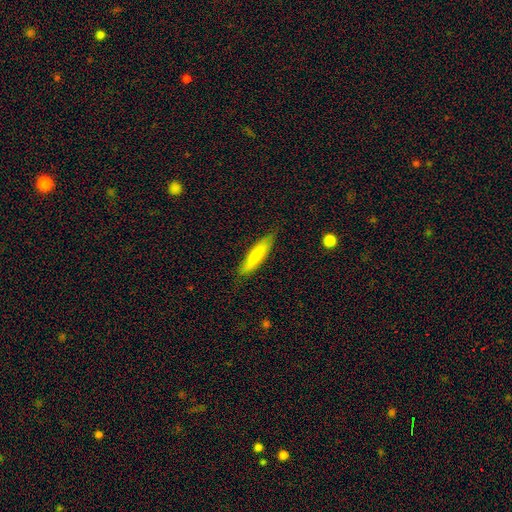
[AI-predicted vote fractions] This is likely a smooth galaxy (71%). How rounded: likely cigar-shaped (75%). Merging: clearly none (81%).